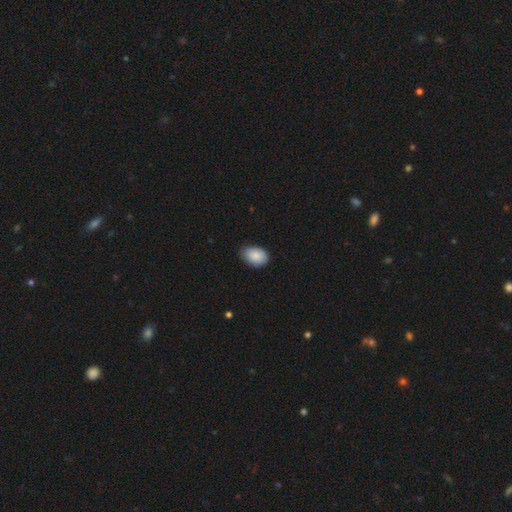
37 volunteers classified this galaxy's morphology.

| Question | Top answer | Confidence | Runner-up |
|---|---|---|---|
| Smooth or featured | smooth | 97% | star or artifact (3%) |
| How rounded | in between | 81% | round (19%) |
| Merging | none | 69% | minor disturbance (28%) |